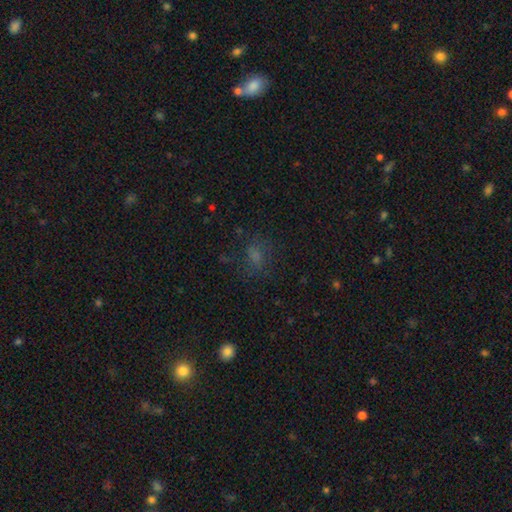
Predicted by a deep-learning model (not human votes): smooth_or_featured: smooth (p=0.58) [alt: star or artifact p=0.27]
how_rounded: in between (p=0.65) [alt: round p=0.31]
merging: none (p=0.63) [alt: minor disturbance p=0.19]